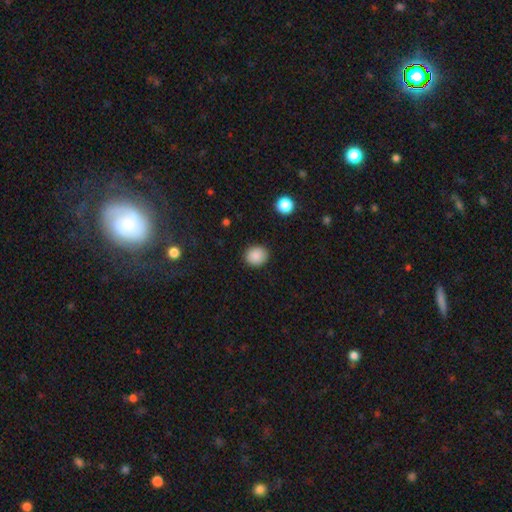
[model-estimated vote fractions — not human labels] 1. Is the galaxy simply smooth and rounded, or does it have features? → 88% smooth, 9% star or artifact, 3% featured or disk.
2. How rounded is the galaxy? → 73% round, 26% in between, 1% cigar-shaped.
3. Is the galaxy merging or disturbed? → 89% none, 8% minor disturbance, 2% major disturbance, 1% merger.